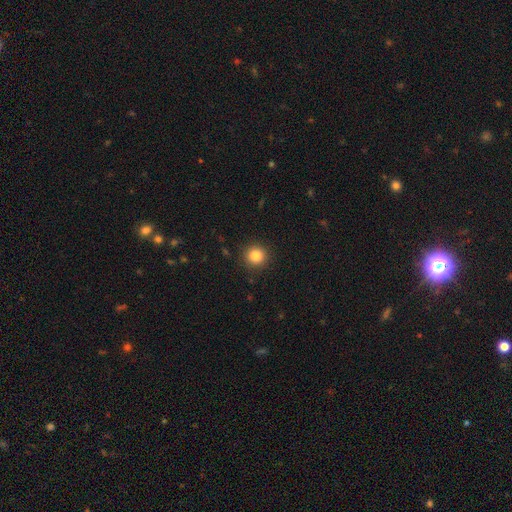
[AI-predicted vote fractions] smooth_or_featured: smooth (p=0.84) [alt: star or artifact p=0.11]
how_rounded: round (p=0.93) [alt: in between p=0.06]
merging: none (p=0.91) [alt: minor disturbance p=0.06]